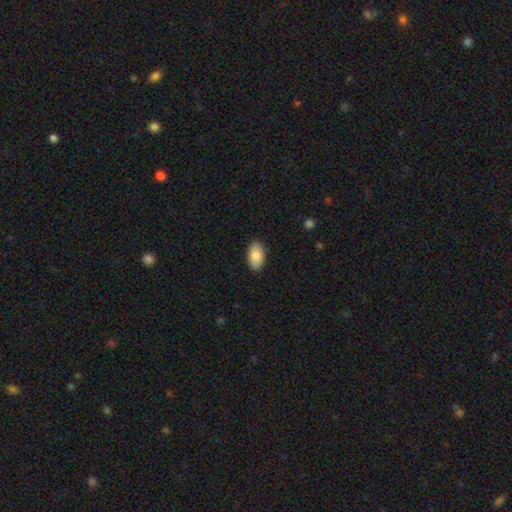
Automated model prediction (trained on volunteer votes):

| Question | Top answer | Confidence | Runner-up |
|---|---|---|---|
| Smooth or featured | smooth | 88% | star or artifact (6%) |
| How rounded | in between | 95% | round (3%) |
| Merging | none | 88% | minor disturbance (9%) |